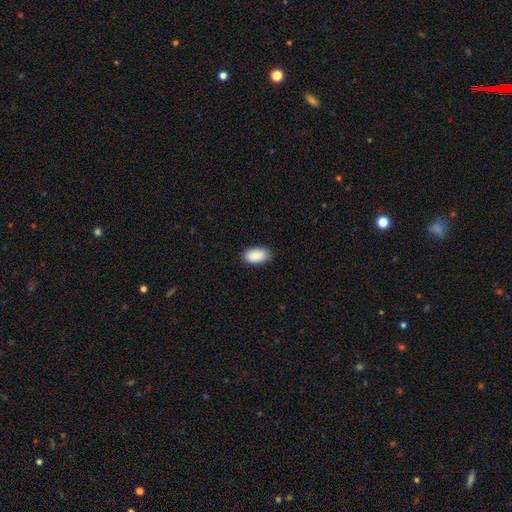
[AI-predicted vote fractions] Morphology: type=smooth (90%); roundness=in between (95%); merging=none (84%).